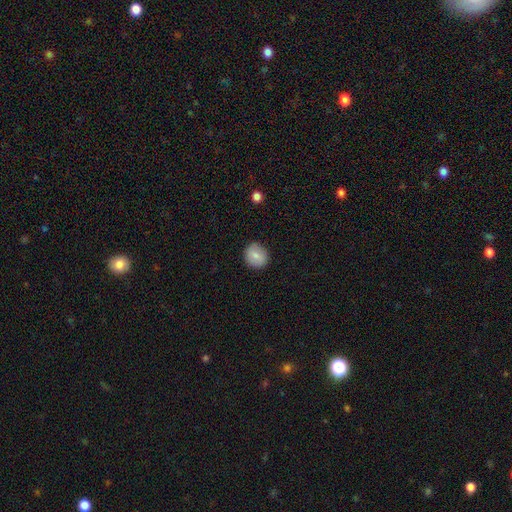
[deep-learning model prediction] smooth-or-featured: smooth: 82% | featured or disk: 11% | star or artifact: 8%
  how-rounded: round: 83% | in between: 16% | cigar-shaped: 1%
  merging: none: 89% | minor disturbance: 8% | major disturbance: 2% | merger: 1%